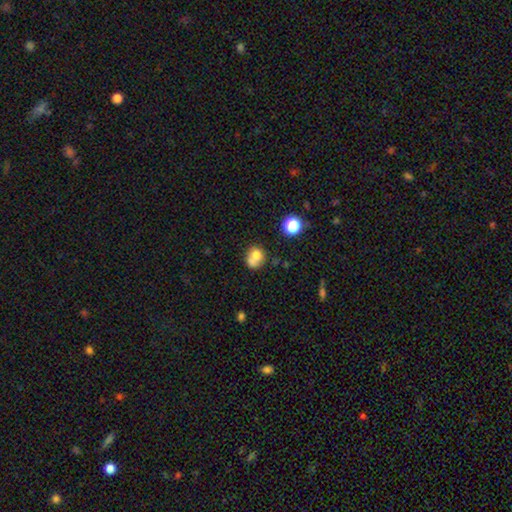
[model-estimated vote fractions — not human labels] A smooth galaxy with no disk features (70%) that is round (67%).

Vote fractions:
- Smooth or featured? smooth: 70% / featured or disk: 18% / star or artifact: 12%
- How rounded? round: 67% / in between: 32% / cigar-shaped: 1%
- Merging? merger: 47% / none: 35% / minor disturbance: 12% / major disturbance: 6%